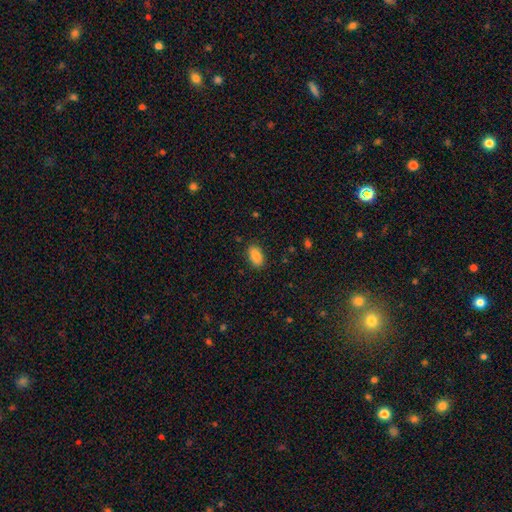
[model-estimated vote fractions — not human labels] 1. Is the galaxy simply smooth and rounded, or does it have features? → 88% smooth, 8% star or artifact, 5% featured or disk.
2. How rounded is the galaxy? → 92% in between, 5% round, 2% cigar-shaped.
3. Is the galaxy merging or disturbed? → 87% none, 10% minor disturbance, 3% major disturbance, 1% merger.